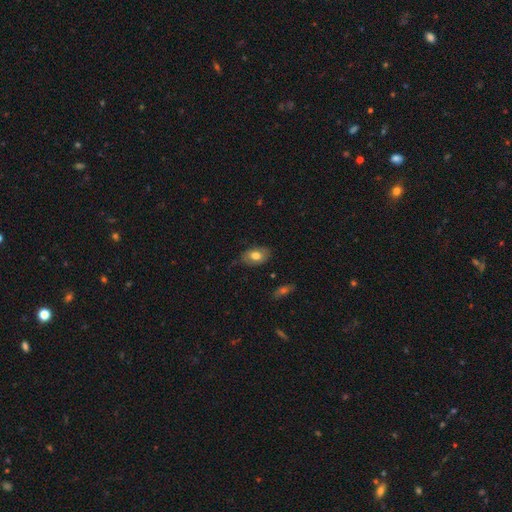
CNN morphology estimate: A smooth galaxy with no disk features (71%) that is in between round and cigar-shaped (87%).

Vote fractions:
- Smooth or featured? smooth: 71% / featured or disk: 21% / star or artifact: 7%
- How rounded? in between: 87% / round: 11% / cigar-shaped: 1%
- Merging? none: 72% / minor disturbance: 21% / major disturbance: 5% / merger: 2%